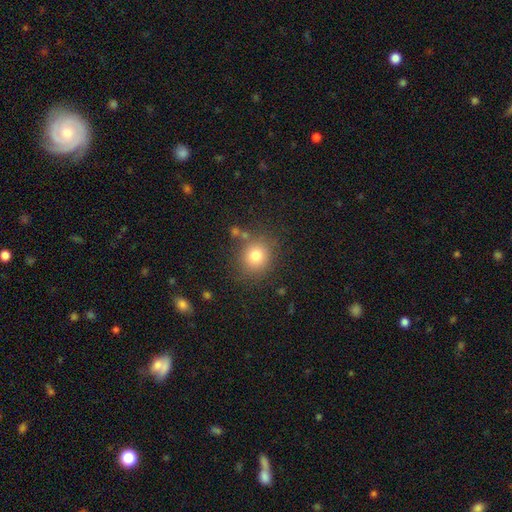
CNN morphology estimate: Overall: smooth (80%). How rounded: round (81%). Merging: none (80%).